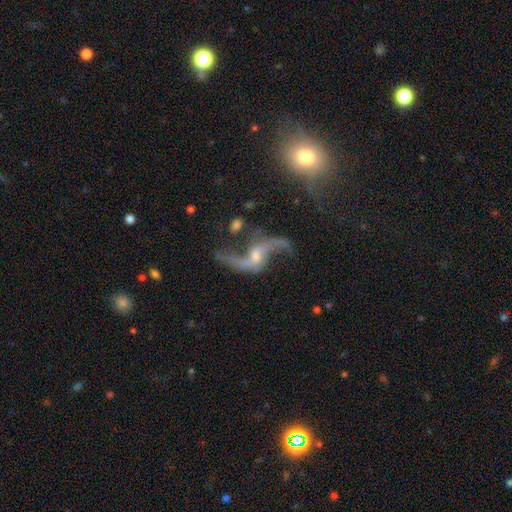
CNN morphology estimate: This appears to be a featured or disk galaxy (90%) with no bar (49%), 2 (93%) loose (92%) spiral arms (96%) and a small central bulge (54%). Merging: none (67%).